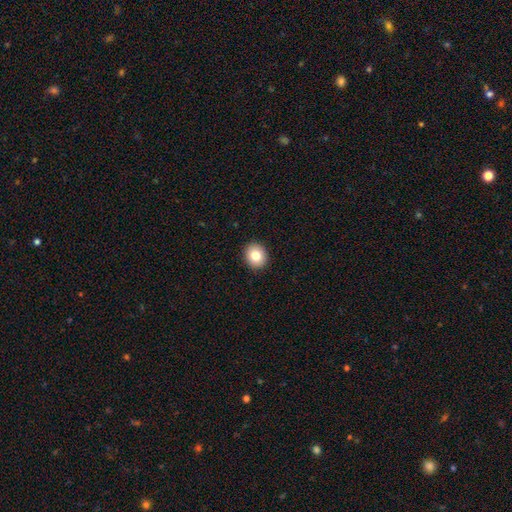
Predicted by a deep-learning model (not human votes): This is clearly a smooth galaxy (81%). How rounded: likely round (77%). Merging: clearly none (92%).